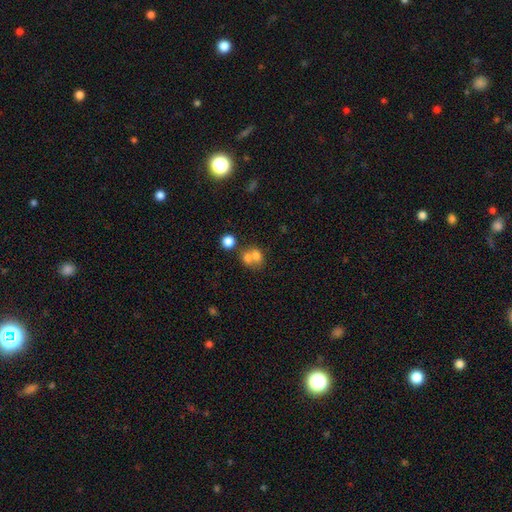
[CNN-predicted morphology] Overall: smooth (69%). How rounded: round (58%; in between 41%). Merging: merger (60%; none 28%).